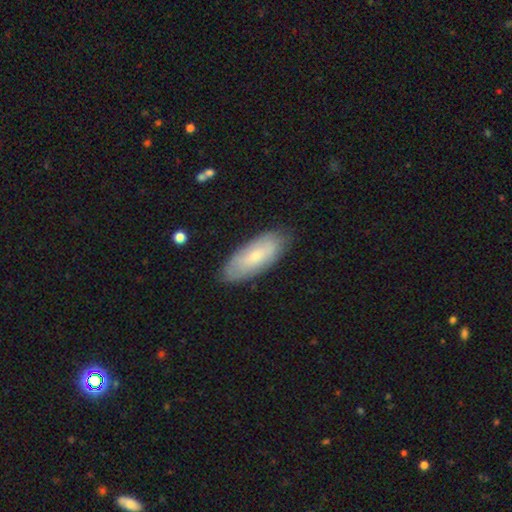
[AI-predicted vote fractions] Smooth or featured?
  - smooth: 65% *
  - featured or disk: 29%
  - star or artifact: 6%
How rounded?
  - in between: 82% *
  - cigar-shaped: 16%
  - round: 2%
Merging?
  - none: 81% *
  - minor disturbance: 15%
  - major disturbance: 3%
  - merger: 1%